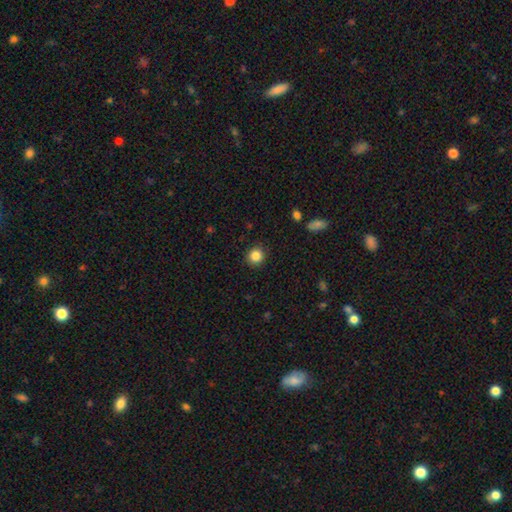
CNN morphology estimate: The model was most divided on "smooth or featured": smooth: 85%, star or artifact: 10%, featured or disk: 5%. More confident: merging — none (91%); how rounded — round (89%).